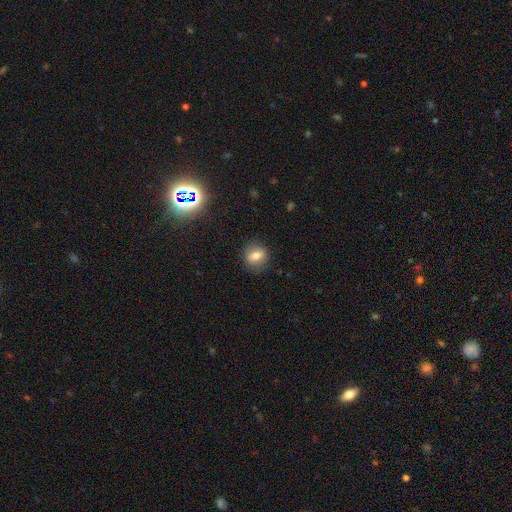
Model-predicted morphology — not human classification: This is likely a smooth galaxy (68%). How rounded: likely round (65%). Merging: clearly none (85%).